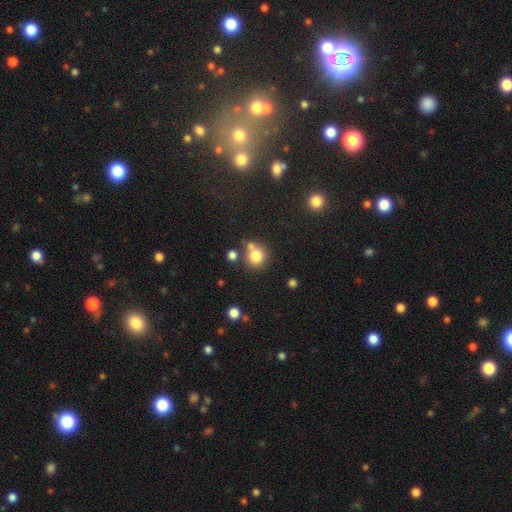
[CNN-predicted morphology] Smooth or featured?
  - smooth: 79% *
  - star or artifact: 12%
  - featured or disk: 9%
How rounded?
  - round: 89% *
  - in between: 10%
  - cigar-shaped: 1%
Merging?
  - none: 62% *
  - merger: 23%
  - minor disturbance: 11%
  - major disturbance: 4%